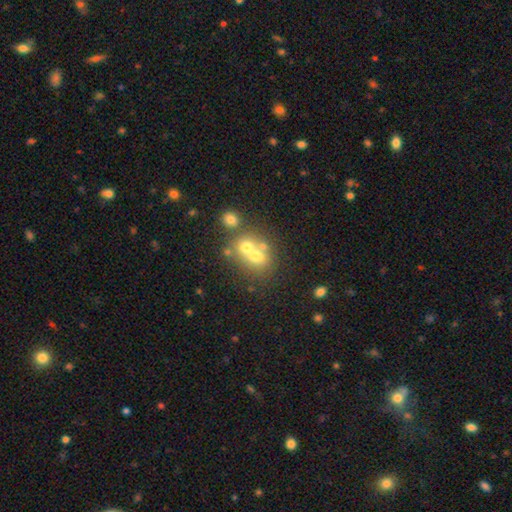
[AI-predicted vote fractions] This is likely a smooth galaxy (60%). How rounded: likely round (67%). Merging: possibly merger (55%).